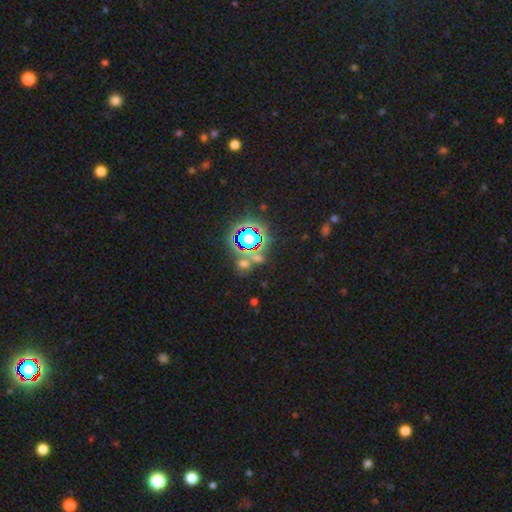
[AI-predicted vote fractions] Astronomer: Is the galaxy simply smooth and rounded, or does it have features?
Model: star or artifact — 72%.